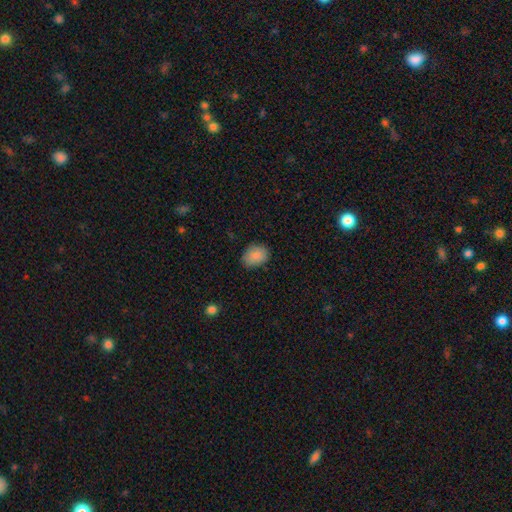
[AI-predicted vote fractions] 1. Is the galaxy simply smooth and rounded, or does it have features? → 88% smooth, 8% star or artifact, 4% featured or disk.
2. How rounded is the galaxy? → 67% in between, 32% round, 1% cigar-shaped.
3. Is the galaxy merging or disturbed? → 83% none, 13% minor disturbance, 3% major disturbance, 1% merger.